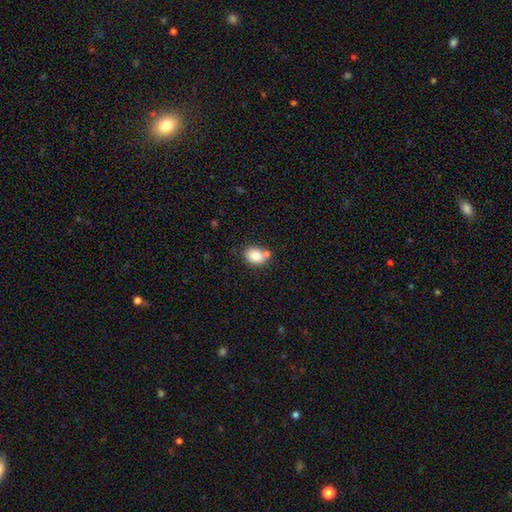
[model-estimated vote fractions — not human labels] The model was most divided on "how rounded": in between: 64%, round: 35%, cigar-shaped: 1%. More confident: smooth or featured — smooth (82%); merging — none (60%).